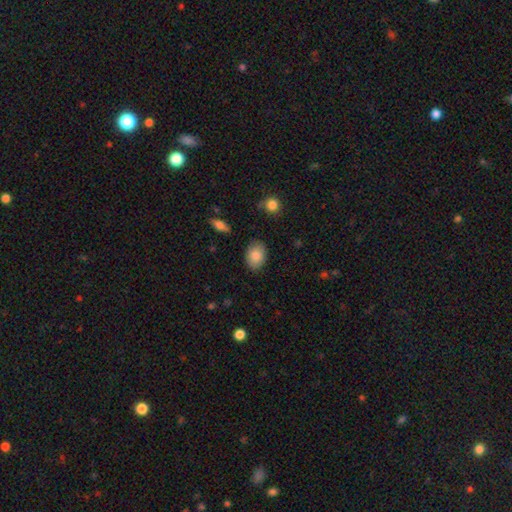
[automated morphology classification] Q: Smooth or featured?
A: smooth (85%); runner-up: featured or disk (8%)
Q: How rounded?
A: in between (77%); runner-up: round (22%)
Q: Merging?
A: none (86%); runner-up: minor disturbance (11%)